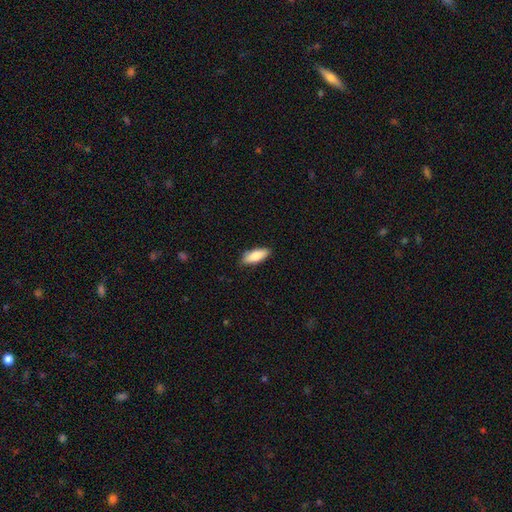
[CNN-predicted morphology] Smooth or featured: smooth — 81% (featured or disk — 13%)
How rounded: in between — 68% (cigar-shaped — 30%)
Merging: none — 85% (minor disturbance — 11%)